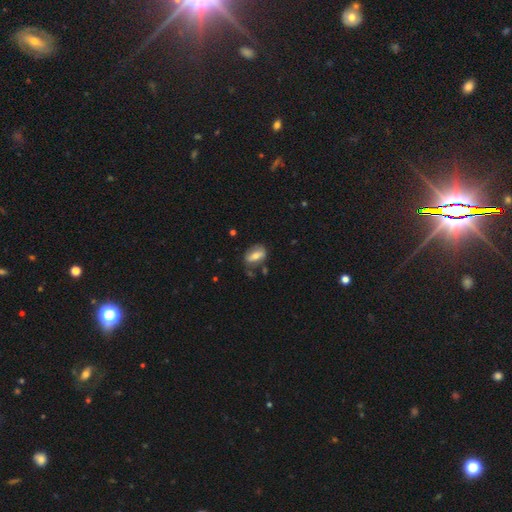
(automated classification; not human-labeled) Smooth or featured? smooth (55%)
How rounded? in between (81%)
Merging? none (69%)